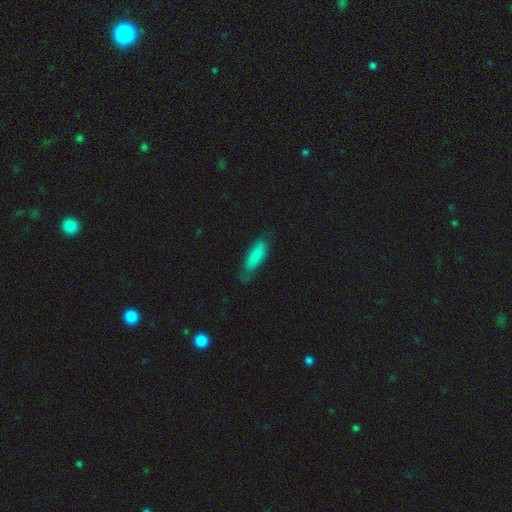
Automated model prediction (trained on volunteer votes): A smooth galaxy with no disk features (81%) that is in between round and cigar-shaped (60%). Merging: none (61%).